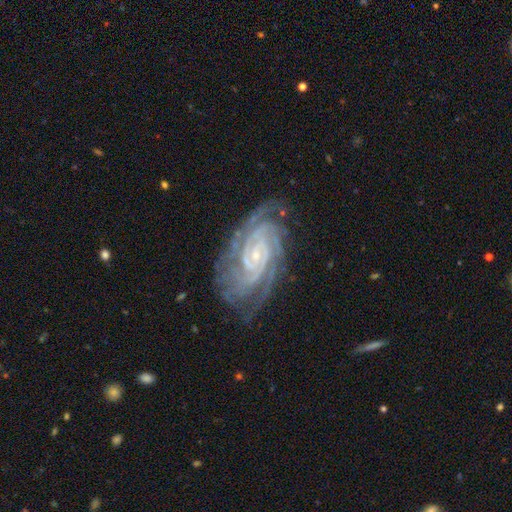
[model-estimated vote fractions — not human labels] Morphology: type=featured or disk (91%); edge-on=no (97%); bar=no (52%); spiral arms=yes (99%); winding=tight (79%); arm count=2 (26%); bulge=small (82%); merging=none (76%).